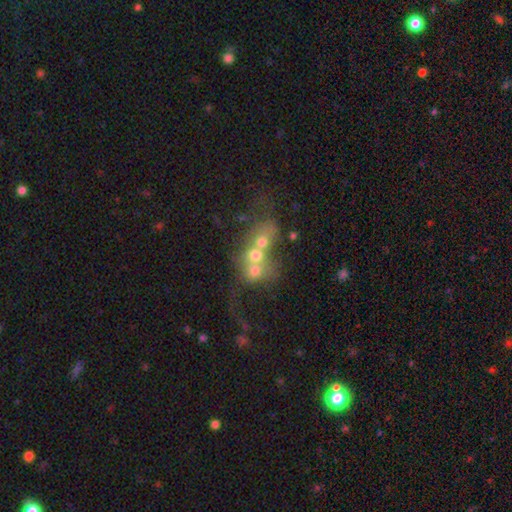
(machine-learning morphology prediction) smooth 48%, featured or disk 36%, star or artifact 16%. Down the decision tree: merging — merger (71%).